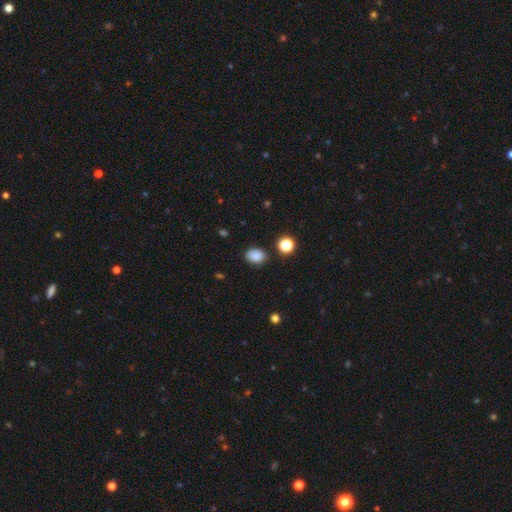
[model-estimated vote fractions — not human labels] A smooth galaxy with no disk features (85%) that is in between round and cigar-shaped (72%). Merging: none (84%).